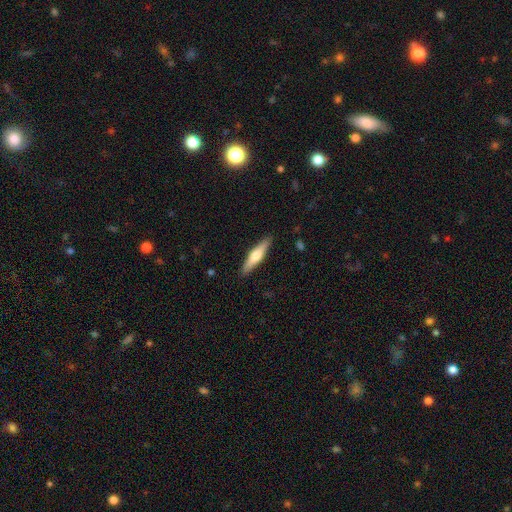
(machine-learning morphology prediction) Smooth or featured? featured or disk (50%)
Merging? none (90%)